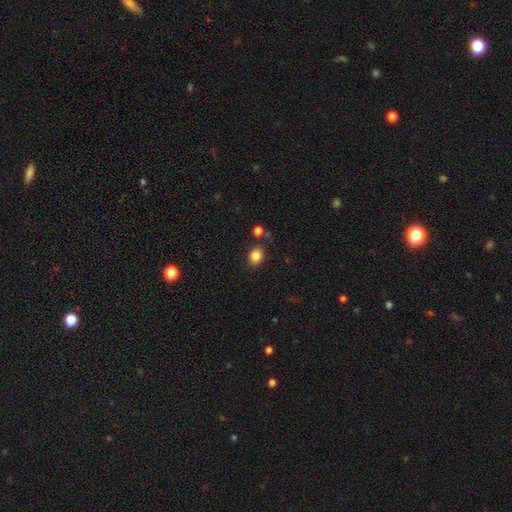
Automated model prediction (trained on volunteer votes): This appears to be a smooth galaxy with no disk features (85%) that is round (59%). Merging: none (82%).